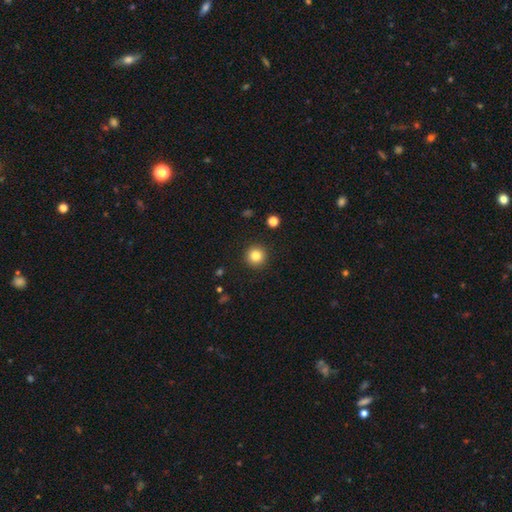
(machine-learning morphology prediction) The model was most divided on "smooth or featured": smooth: 83%, star or artifact: 11%, featured or disk: 6%. More confident: how rounded — round (95%); merging — none (92%).